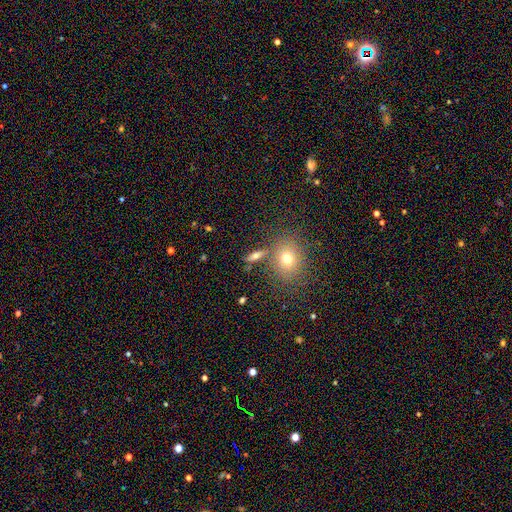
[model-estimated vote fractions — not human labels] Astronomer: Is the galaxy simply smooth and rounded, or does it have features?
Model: smooth — 54% (runner-up: featured or disk, 30%).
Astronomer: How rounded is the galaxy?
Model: in between — 46% (runner-up: cigar-shaped, 35%).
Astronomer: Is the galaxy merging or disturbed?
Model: none — 76%.